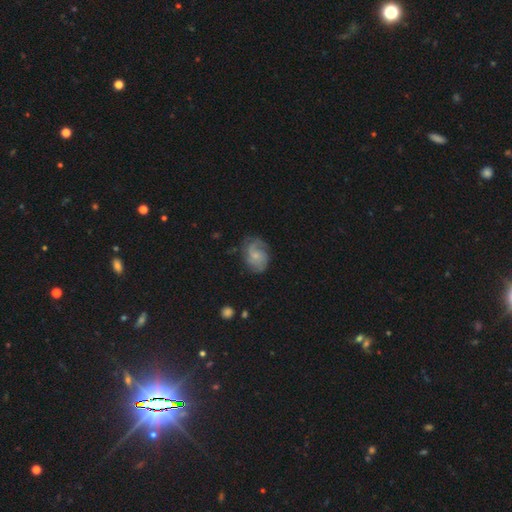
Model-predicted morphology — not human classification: type=featured or disk (61%); edge-on=no (97%); bar=no (70%); spiral arms=yes (89%); winding=medium (44%); arm count=2 (51%); bulge=small (60%); merging=none (63%).